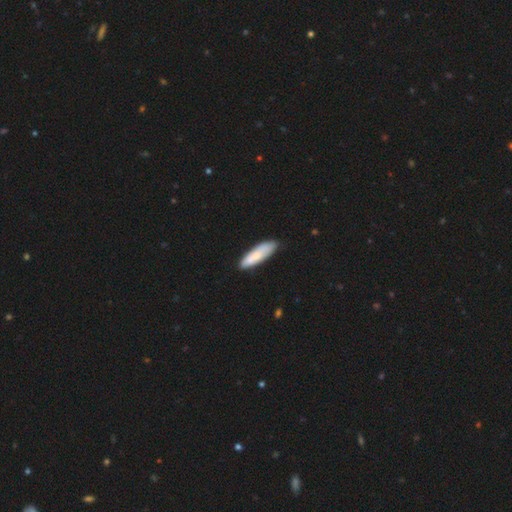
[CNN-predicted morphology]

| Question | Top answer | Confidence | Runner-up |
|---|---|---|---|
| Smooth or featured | smooth | 76% | featured or disk (18%) |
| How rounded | cigar-shaped | 58% | in between (41%) |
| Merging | none | 75% | minor disturbance (20%) |